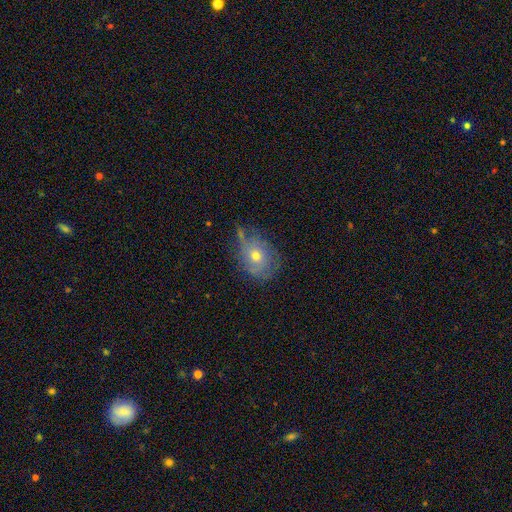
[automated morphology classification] smooth 49%, featured or disk 40%, star or artifact 12%. Down the decision tree: merging — none (54%).